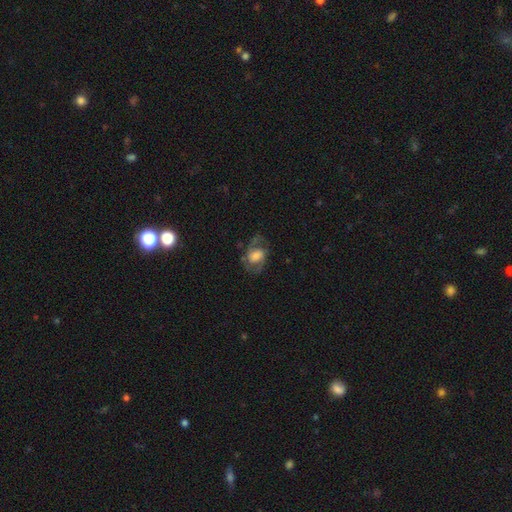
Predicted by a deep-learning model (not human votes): A featured or disk galaxy (69%) with no bar (52%), 2 (83%) medium (52%) spiral arms (88%) and a large central bulge (38%). Merging: none (63%).